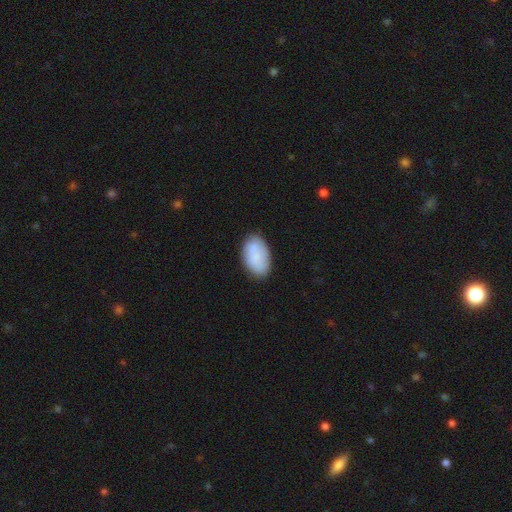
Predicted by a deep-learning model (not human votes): This is likely a smooth galaxy (79%). How rounded: clearly in between (92%). Merging: likely none (79%).